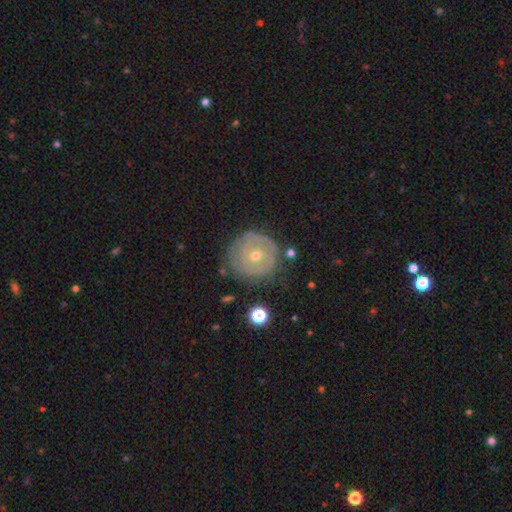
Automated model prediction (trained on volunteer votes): This appears to be a featured or disk galaxy (67%) with no bar (75%), spiral arms (66%) and a moderate central bulge (49%). Merging: none (73%).